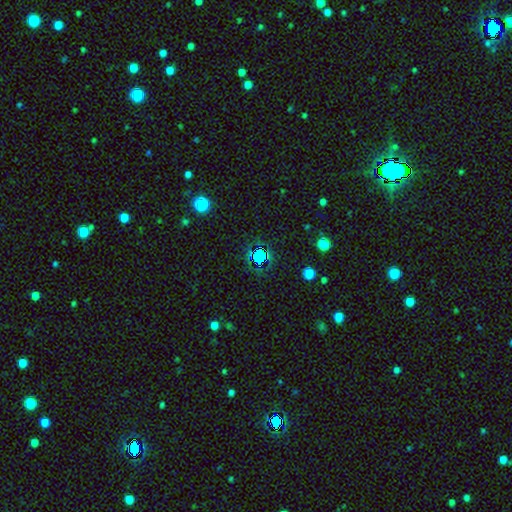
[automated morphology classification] Smooth or featured? Predicted: star or artifact (p=0.68).